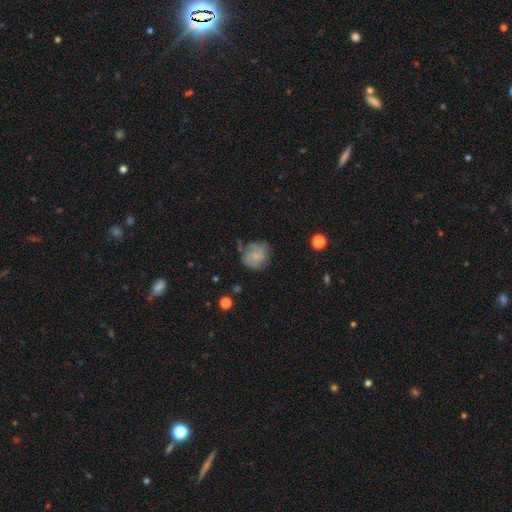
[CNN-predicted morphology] Smooth or featured? smooth (58%)
How rounded? round (75%)
Merging? none (53%)